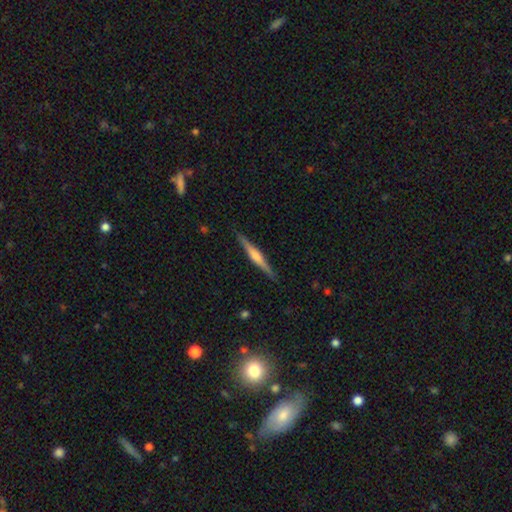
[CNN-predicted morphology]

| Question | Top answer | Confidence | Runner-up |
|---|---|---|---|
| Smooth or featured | featured or disk | 68% | smooth (26%) |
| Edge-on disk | yes | 98% | no (2%) |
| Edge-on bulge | rounded | 71% | boxy (17%) |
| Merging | none | 90% | minor disturbance (7%) |